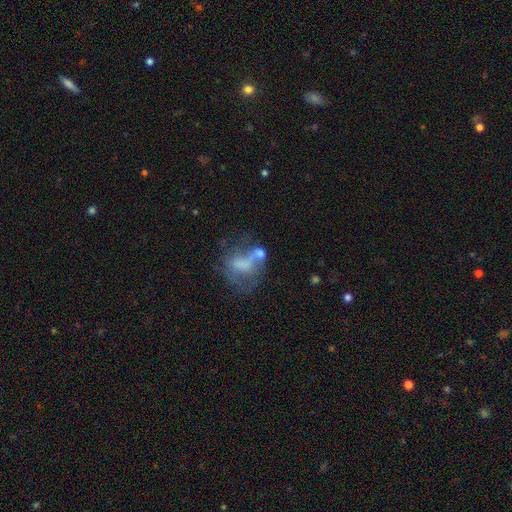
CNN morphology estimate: This appears to be a featured or disk galaxy (45%). Merging: merger (33%, tied with major disturbance).